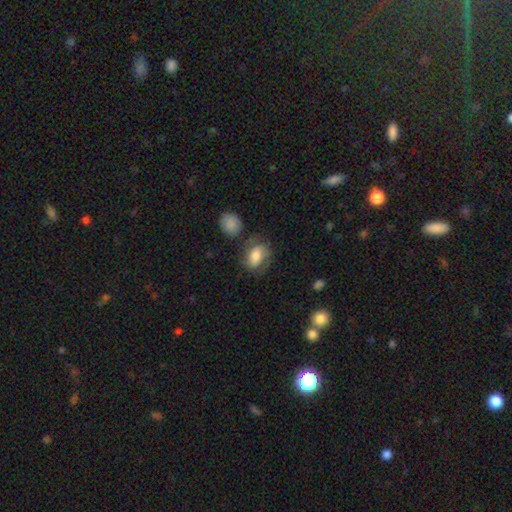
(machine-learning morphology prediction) This appears to be a smooth galaxy with no disk features (66%) that is in between round and cigar-shaped (74%). Merging: none (62%).